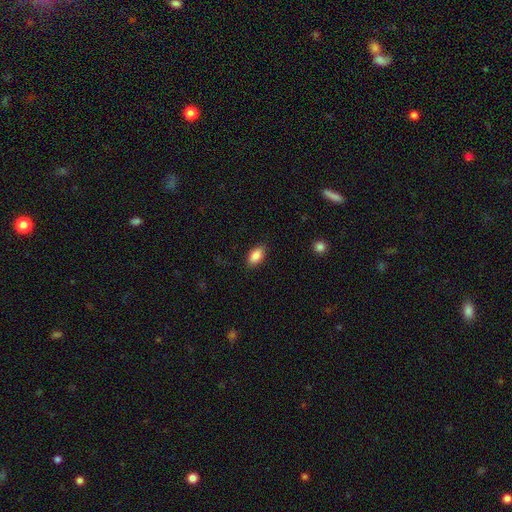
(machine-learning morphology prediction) Smooth or featured: smooth — 87% (star or artifact — 7%)
How rounded: in between — 91% (round — 5%)
Merging: none — 85% (minor disturbance — 11%)